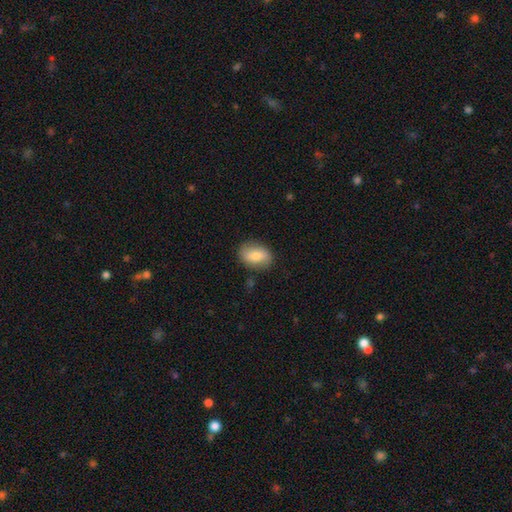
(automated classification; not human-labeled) A smooth galaxy with no disk features (70%) that is in between round and cigar-shaped (79%). Merging: none (80%).